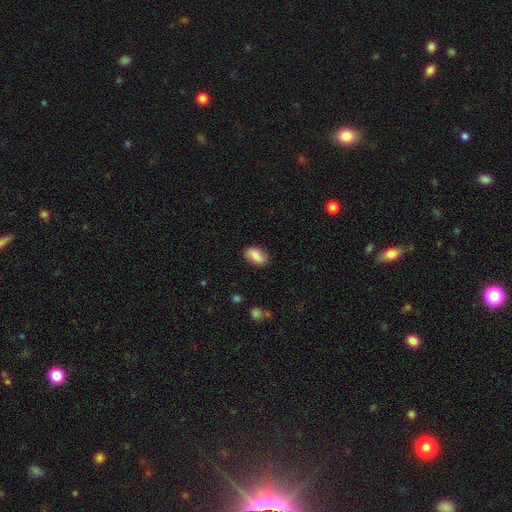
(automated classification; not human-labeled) Smooth or featured? Predicted: smooth (p=0.81). How rounded? Predicted: in between (p=0.91). Merging? Predicted: none (p=0.83).